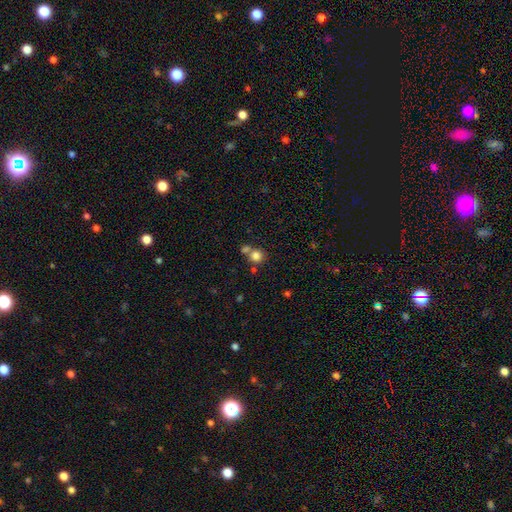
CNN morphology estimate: Smooth or featured?
  - smooth: 81% *
  - star or artifact: 12%
  - featured or disk: 8%
How rounded?
  - round: 89% *
  - in between: 10%
  - cigar-shaped: 1%
Merging?
  - none: 53% *
  - merger: 36%
  - minor disturbance: 7%
  - major disturbance: 3%